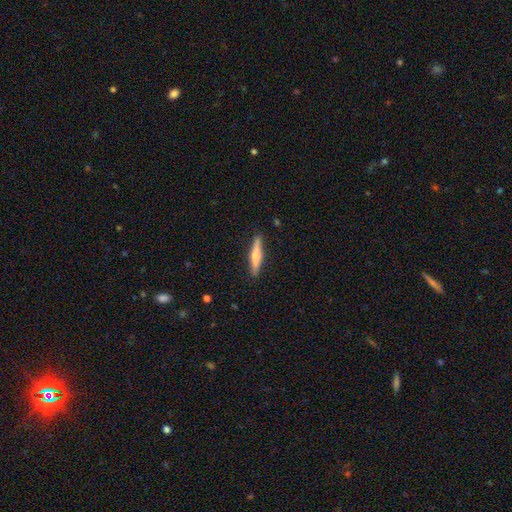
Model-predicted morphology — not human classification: This is possibly a featured or disk galaxy (51%). It is clearly viewed edge-on (96%). Merging: clearly none (90%).